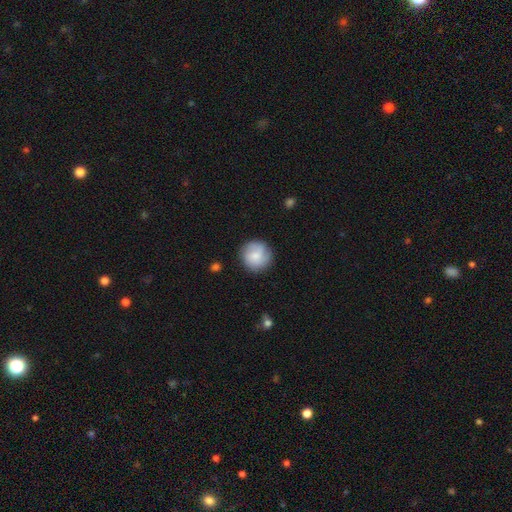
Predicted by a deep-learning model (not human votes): Morphology: type=smooth (68%); roundness=round (94%); merging=none (83%).